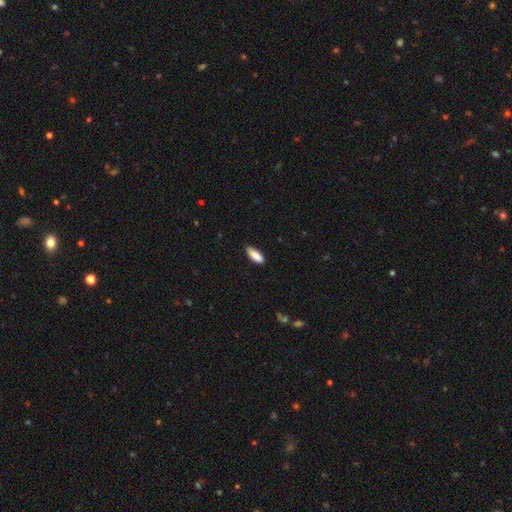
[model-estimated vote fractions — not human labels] Overall: smooth (87%). How rounded: in between (65%; cigar-shaped 33%). Merging: none (76%).